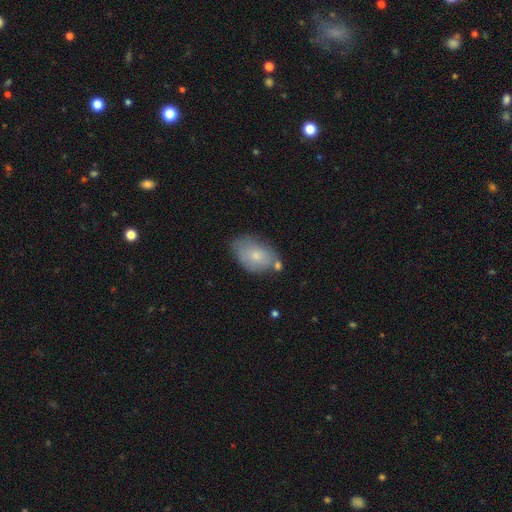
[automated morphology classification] Overall: smooth (71%). How rounded: in between (89%). Merging: none (57%; minor disturbance 26%).